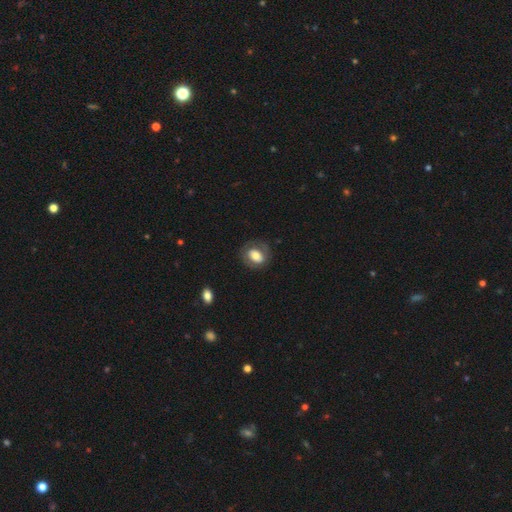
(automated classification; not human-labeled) Morphology: type=smooth (58%); roundness=in between (63%); merging=none (70%).